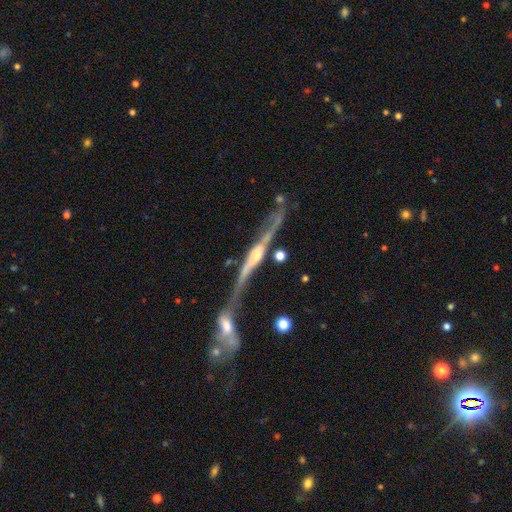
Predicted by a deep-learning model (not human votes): smooth_or_featured: featured or disk (p=0.82) [alt: smooth p=0.09]
disk_edge_on: yes (p=0.83) [alt: no p=0.17]
edge_on_bulge: rounded (p=0.75) [alt: none p=0.14]
merging: merger (p=0.49) [alt: none p=0.29]